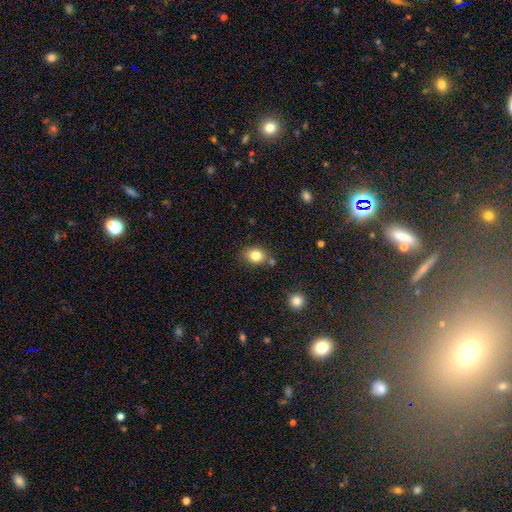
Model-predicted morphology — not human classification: This is clearly a smooth galaxy (82%). How rounded: possibly in between (52%). Merging: likely none (74%).